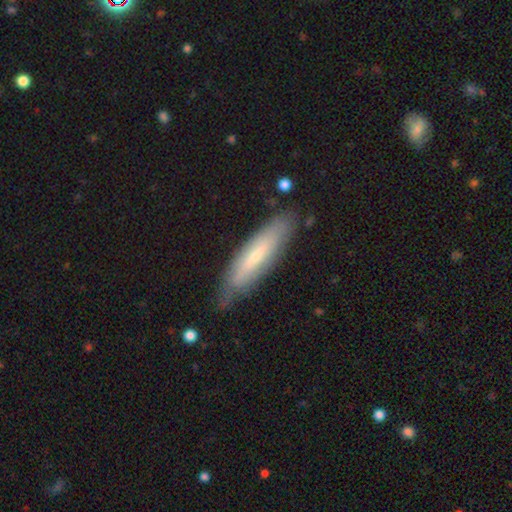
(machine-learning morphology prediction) A smooth galaxy with no disk features (53%) that is cigar-shaped (69%).

Vote fractions:
- Smooth or featured? smooth: 53% / featured or disk: 41% / star or artifact: 6%
- How rounded? cigar-shaped: 69% / in between: 30% / round: 2%
- Merging? none: 74% / minor disturbance: 20% / major disturbance: 4% / merger: 2%